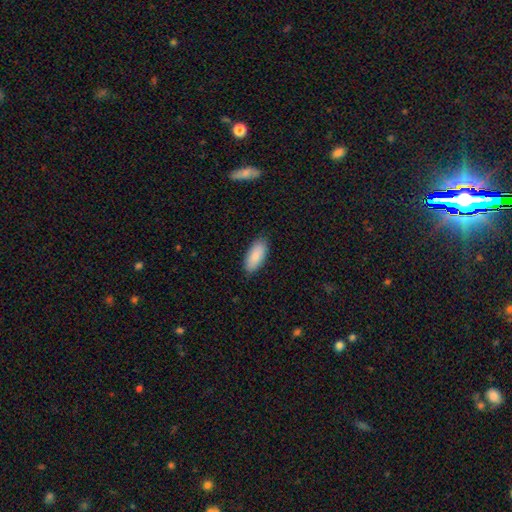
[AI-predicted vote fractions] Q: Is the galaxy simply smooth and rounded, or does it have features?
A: smooth — 88%.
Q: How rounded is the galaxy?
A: in between — 87%.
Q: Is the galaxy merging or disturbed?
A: none — 87%.